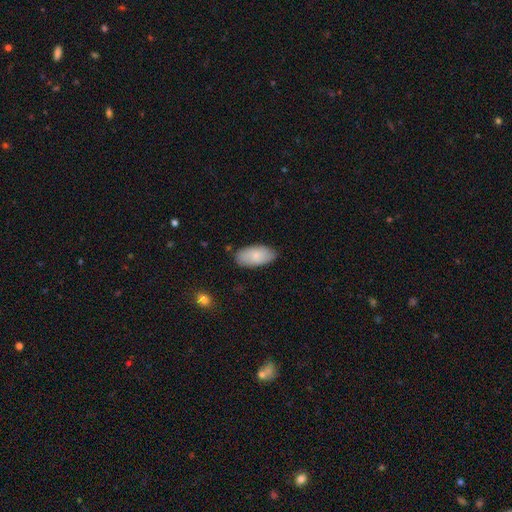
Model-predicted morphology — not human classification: smooth-or-featured: smooth: 83% | featured or disk: 11% | star or artifact: 6%
  how-rounded: in between: 95% | cigar-shaped: 3% | round: 2%
  merging: none: 84% | minor disturbance: 13% | major disturbance: 2% | merger: 1%